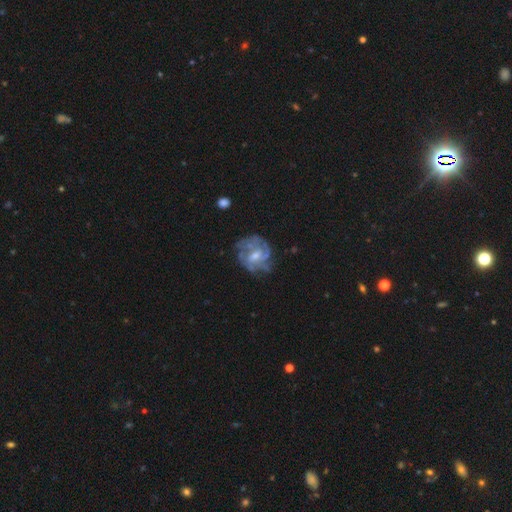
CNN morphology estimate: Smooth or featured? featured or disk (77%)
Edge-on disk? no (98%)
Bar? weak (46%)
Spiral arms? yes (80%)
Spiral winding? tight (47%)
Spiral arm count? can't tell (45%)
Bulge size? moderate (51%)
Merging? none (60%)